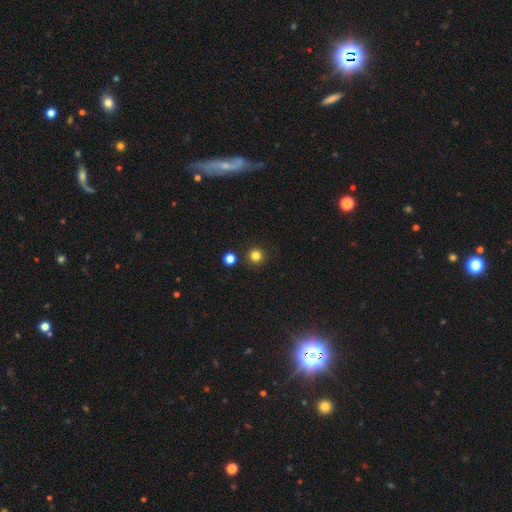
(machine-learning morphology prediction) Smooth or featured? smooth (82%)
How rounded? round (96%)
Merging? none (89%)